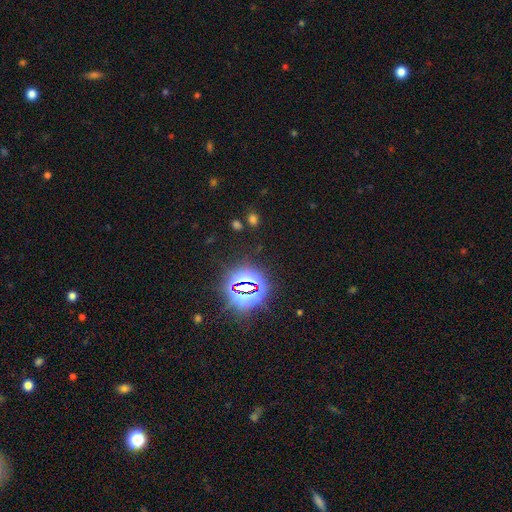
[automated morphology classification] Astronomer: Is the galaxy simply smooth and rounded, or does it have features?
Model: star or artifact — 82%.